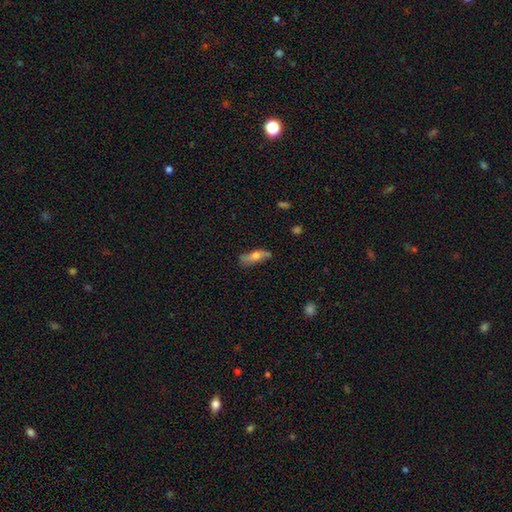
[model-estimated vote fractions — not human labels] Smooth or featured: smooth — 56% (featured or disk — 37%)
How rounded: cigar-shaped — 49% (in between — 48%)
Merging: none — 70% (minor disturbance — 22%)